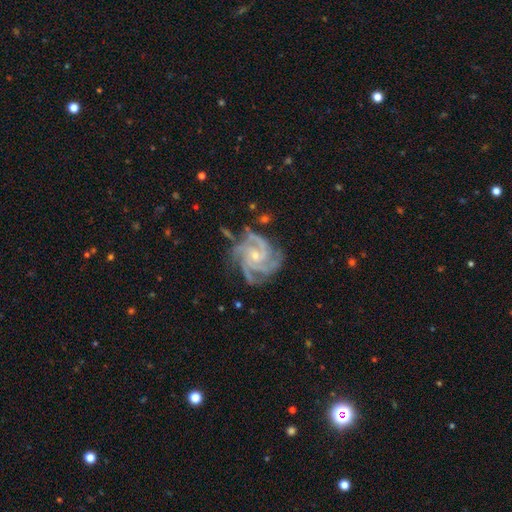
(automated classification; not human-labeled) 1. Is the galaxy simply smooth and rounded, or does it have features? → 92% featured or disk, 5% star or artifact, 3% smooth.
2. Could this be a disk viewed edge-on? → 98% no, 2% yes.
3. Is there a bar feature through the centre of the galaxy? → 67% no, 25% weak, 7% strong.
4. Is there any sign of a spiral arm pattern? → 99% yes, 1% no.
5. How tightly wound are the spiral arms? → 60% tight, 37% medium, 4% loose.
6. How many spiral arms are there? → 47% 4, 30% 3, 7% more than 4, 6% can't tell, 5% 2, 4% 1.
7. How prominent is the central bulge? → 68% small, 28% moderate, 2% none, 1% large, 1% dominant.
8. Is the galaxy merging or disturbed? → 72% none, 19% minor disturbance, 7% major disturbance, 2% merger.